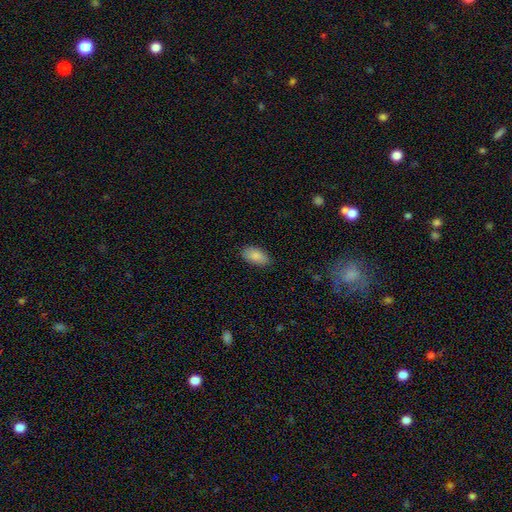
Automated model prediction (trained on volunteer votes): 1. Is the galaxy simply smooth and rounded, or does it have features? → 86% smooth, 7% star or artifact, 7% featured or disk.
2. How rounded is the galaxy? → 93% in between, 4% cigar-shaped, 3% round.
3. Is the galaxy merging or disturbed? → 85% none, 12% minor disturbance, 2% major disturbance, 1% merger.